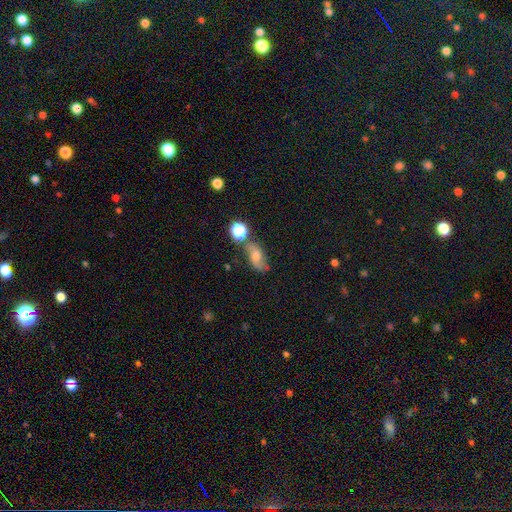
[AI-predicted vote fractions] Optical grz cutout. It shows a smooth galaxy with no disk features (46%). Merging: none (55%).